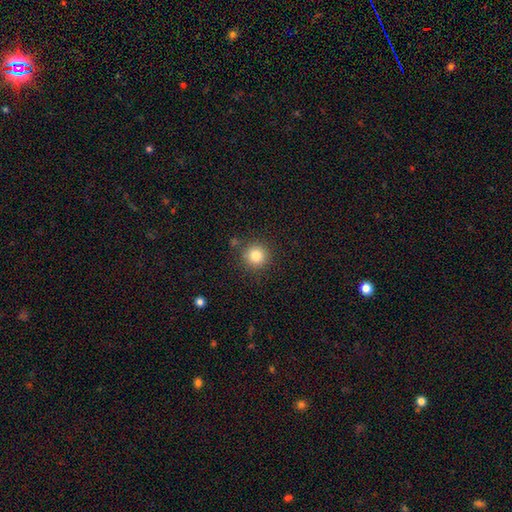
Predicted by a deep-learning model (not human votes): The model was most divided on "smooth or featured": smooth: 82%, star or artifact: 11%, featured or disk: 6%. More confident: how rounded — round (95%); merging — none (86%).